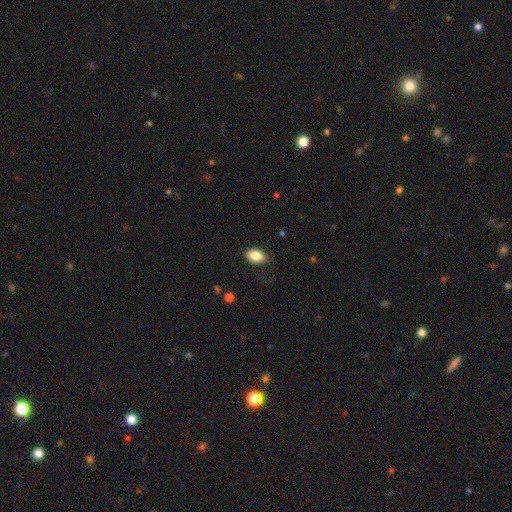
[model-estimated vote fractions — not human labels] smooth-or-featured: smooth: 86% | star or artifact: 8% | featured or disk: 6%
  how-rounded: in between: 89% | round: 9% | cigar-shaped: 1%
  merging: none: 80% | minor disturbance: 14% | major disturbance: 4% | merger: 1%